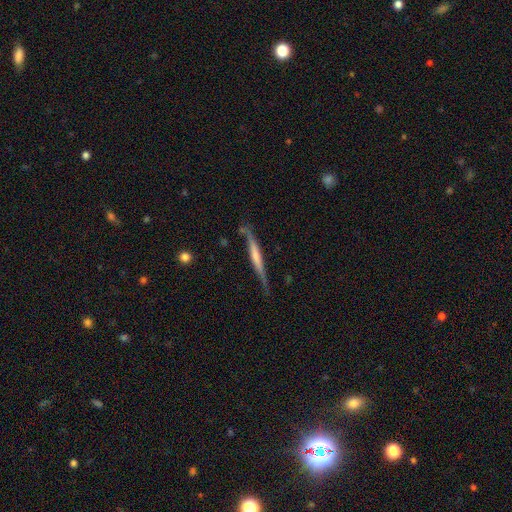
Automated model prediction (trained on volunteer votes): A featured or disk galaxy (54%) viewed edge-on (92%).

Vote fractions:
- Smooth or featured? featured or disk: 54% / smooth: 41% / star or artifact: 5%
- Edge-on disk? yes: 92% / no: 8%
- Merging? none: 63% / minor disturbance: 26% / major disturbance: 7% / merger: 4%